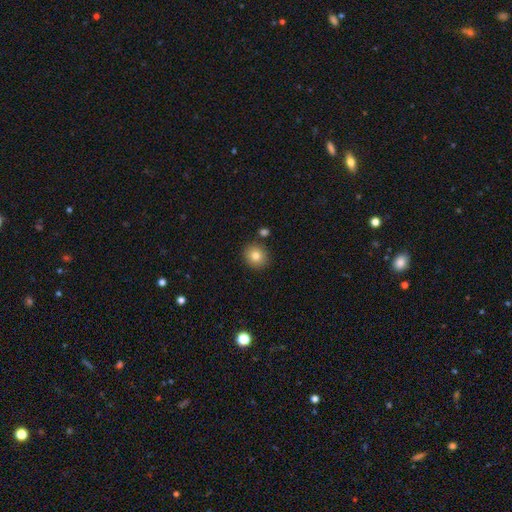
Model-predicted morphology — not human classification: This appears to be a smooth galaxy with no disk features (82%) that is round (87%). Merging: none (86%).